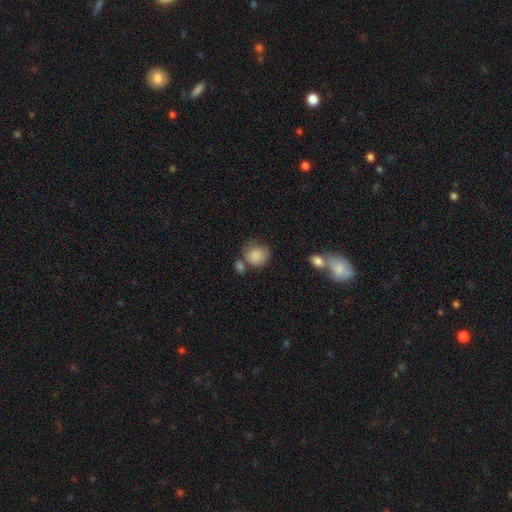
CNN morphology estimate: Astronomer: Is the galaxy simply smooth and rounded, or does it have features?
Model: smooth — 85%.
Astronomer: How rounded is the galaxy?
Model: round — 80%.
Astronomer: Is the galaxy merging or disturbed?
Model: none — 49%.